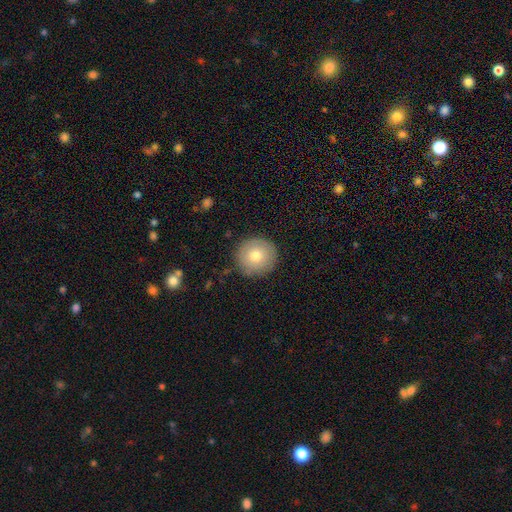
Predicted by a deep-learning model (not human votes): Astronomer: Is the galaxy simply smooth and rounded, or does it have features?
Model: smooth — 71%.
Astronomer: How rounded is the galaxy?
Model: round — 95%.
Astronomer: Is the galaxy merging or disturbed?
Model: none — 87%.